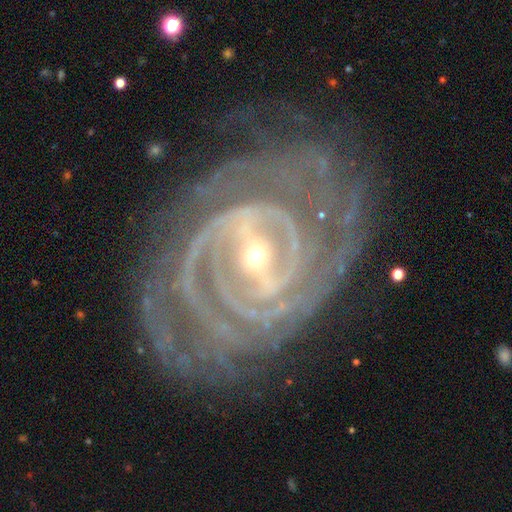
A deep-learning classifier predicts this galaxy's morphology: Smooth or featured? featured or disk (92%)
Edge-on disk? no (97%)
Bar? strong (56%)
Spiral arms? yes (98%)
Spiral winding? tight (82%)
Spiral arm count? 2 (22%)
Bulge size? small (63%)
Merging? none (77%)